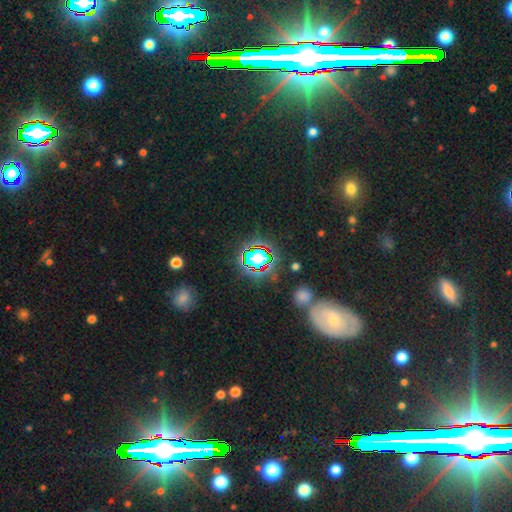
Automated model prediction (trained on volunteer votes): smooth-or-featured: star or artifact: 73% | smooth: 17% | featured or disk: 10%